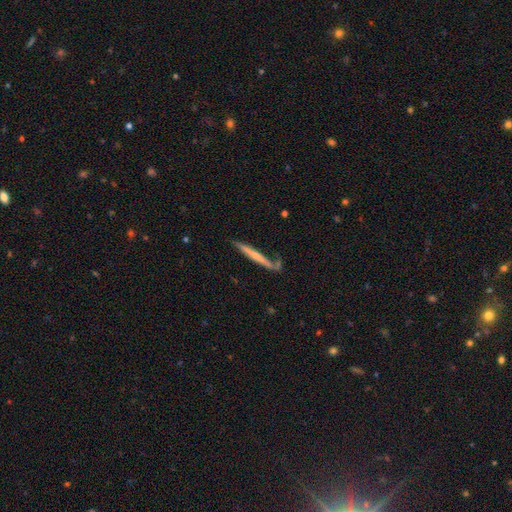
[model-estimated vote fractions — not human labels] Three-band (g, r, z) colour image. It shows a featured or disk galaxy (54%) viewed edge-on (94%) with no central bulge (52%). Merging: none (69%).